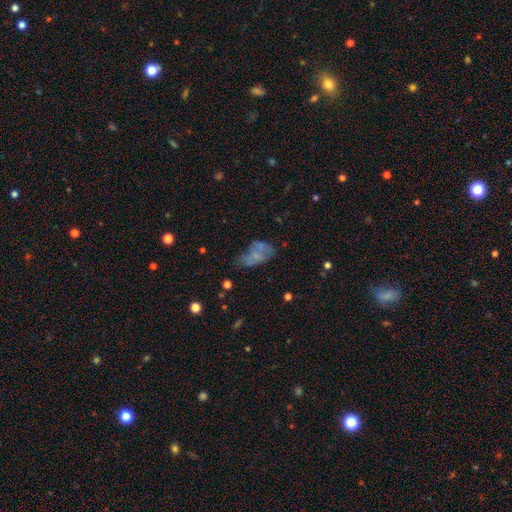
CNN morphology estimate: smooth_or_featured: smooth (p=0.52) [alt: featured or disk p=0.35]
how_rounded: in between (p=0.90) [alt: round p=0.06]
merging: none (p=0.36) [alt: minor disturbance p=0.26]